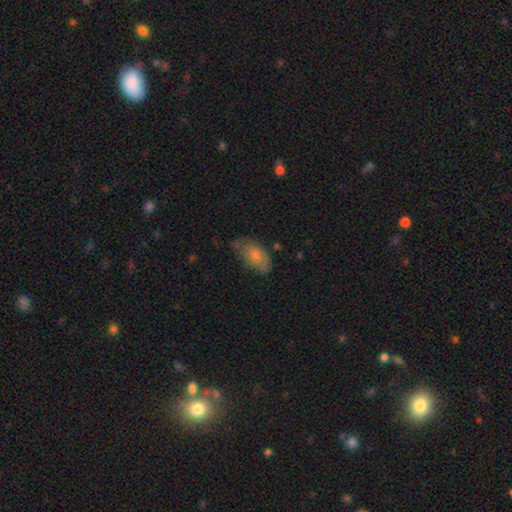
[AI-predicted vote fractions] Smooth or featured: smooth — 72% (featured or disk — 22%)
How rounded: in between — 92% (round — 5%)
Merging: none — 48% (minor disturbance — 36%)